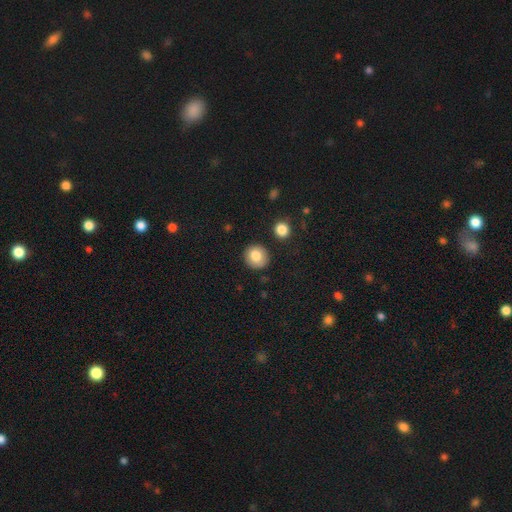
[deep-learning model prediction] This appears to be a smooth galaxy with no disk features (82%) that is round (90%). Merging: none (89%).